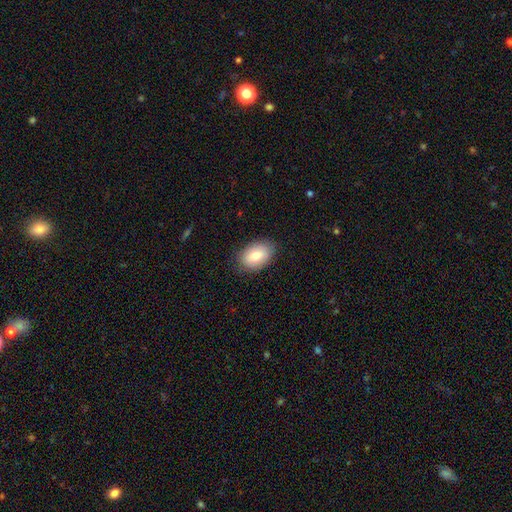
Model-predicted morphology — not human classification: This is likely a smooth galaxy (80%). How rounded: clearly in between (88%). Merging: clearly none (84%).